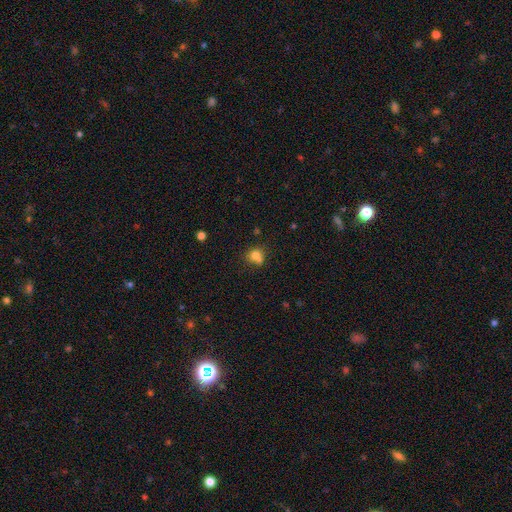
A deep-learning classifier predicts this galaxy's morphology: Overall: smooth (76%). How rounded: round (72%). Merging: none (46%; merger 30%).